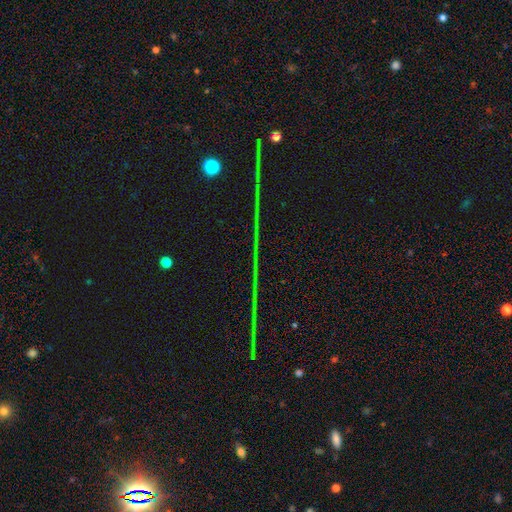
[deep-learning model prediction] The model was most divided on "smooth or featured": star or artifact: 84%, featured or disk: 9%, smooth: 8%.